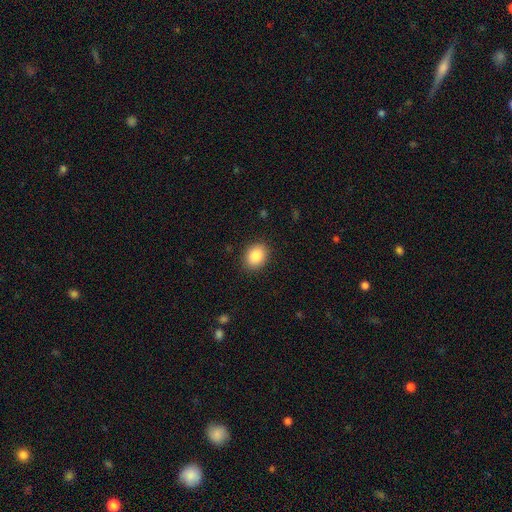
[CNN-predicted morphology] A smooth galaxy with no disk features (88%) that is in between round and cigar-shaped (63%). Merging: none (88%).